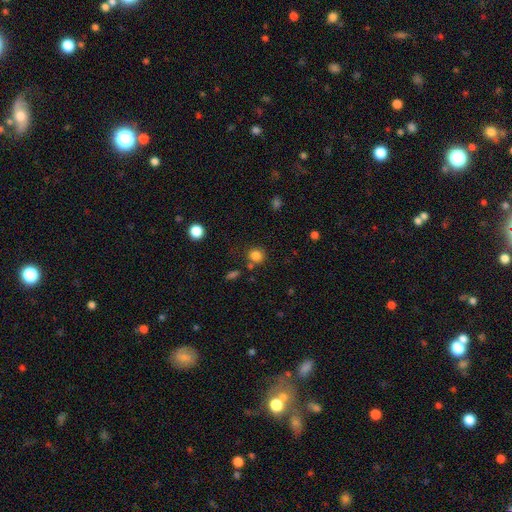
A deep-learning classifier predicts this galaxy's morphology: type=smooth (83%); roundness=round (85%); merging=none (74%).